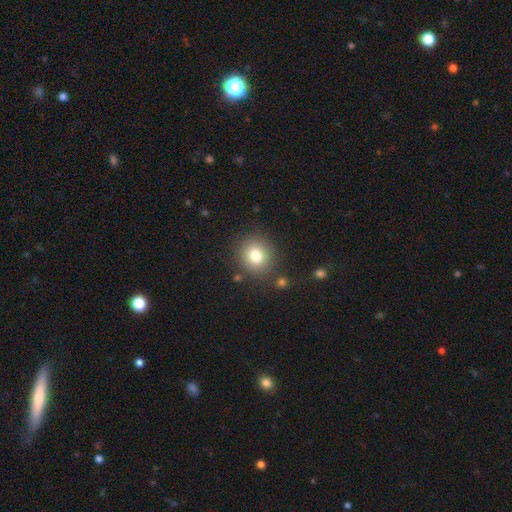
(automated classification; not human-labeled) Q: Smooth or featured?
A: smooth (79%); runner-up: star or artifact (11%)
Q: How rounded?
A: round (83%); runner-up: in between (16%)
Q: Merging?
A: none (83%); runner-up: minor disturbance (9%)